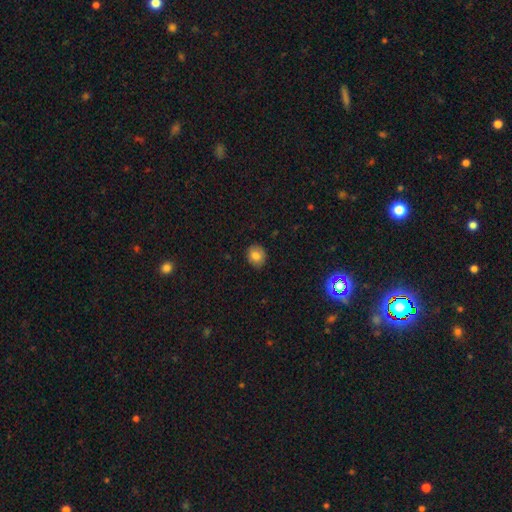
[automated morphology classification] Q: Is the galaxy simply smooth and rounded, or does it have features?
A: smooth — 81%.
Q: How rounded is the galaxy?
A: round — 71%.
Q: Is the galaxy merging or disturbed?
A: none — 88%.